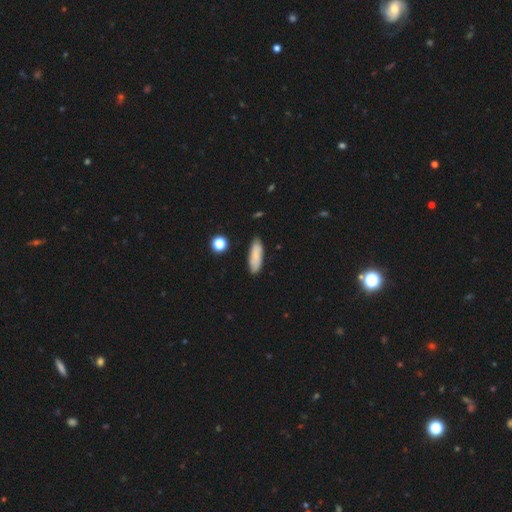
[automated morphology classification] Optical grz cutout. It shows a smooth galaxy with no disk features (81%) that is in between round and cigar-shaped (53%). Merging: none (84%).